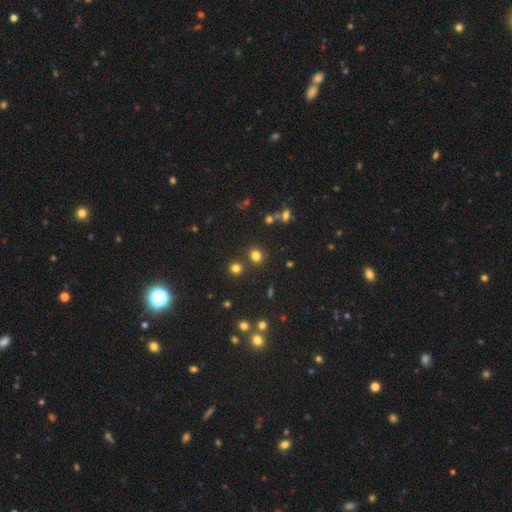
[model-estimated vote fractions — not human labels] A smooth galaxy with no disk features (77%) that is round (82%).

Vote fractions:
- Smooth or featured? smooth: 77% / star or artifact: 18% / featured or disk: 5%
- How rounded? round: 82% / in between: 17% / cigar-shaped: 1%
- Merging? none: 83% / merger: 7% / minor disturbance: 7% / major disturbance: 3%